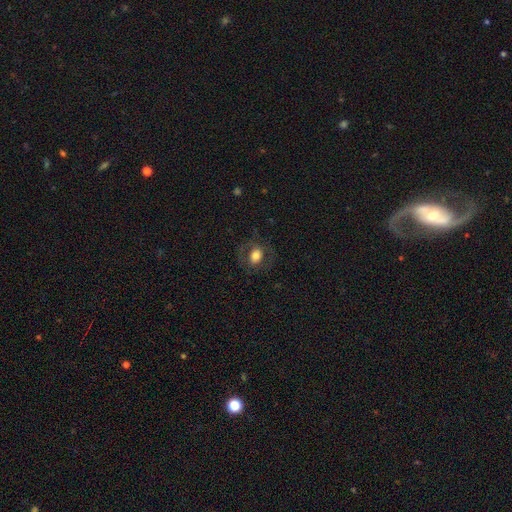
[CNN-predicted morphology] Smooth or featured? Predicted: smooth (p=0.67). How rounded? Predicted: in between (p=0.55). Merging? Predicted: none (p=0.76).